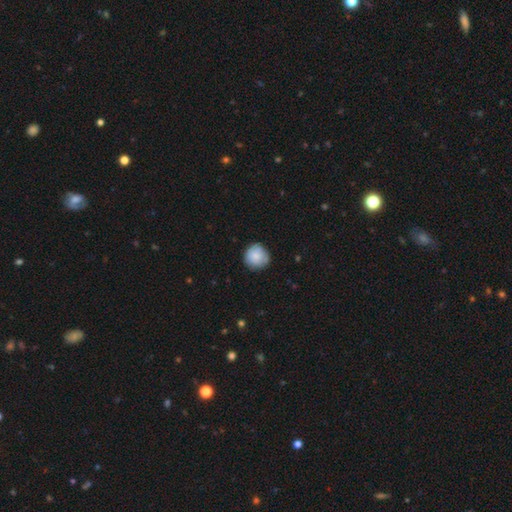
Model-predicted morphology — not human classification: smooth 84%, featured or disk 9%, star or artifact 7%. Down the decision tree: how rounded — round (93%); merging — none (80%).